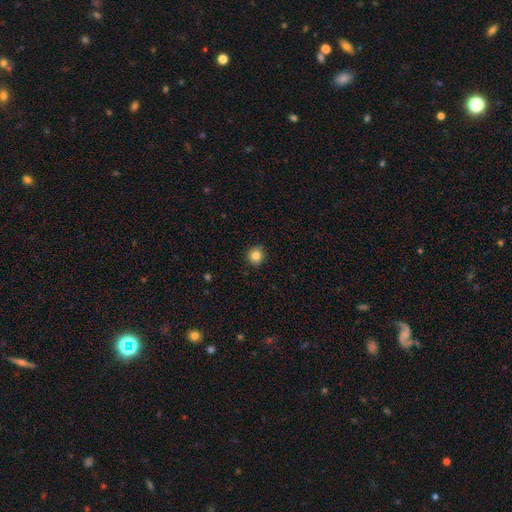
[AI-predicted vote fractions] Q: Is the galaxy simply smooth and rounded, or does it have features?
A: smooth — 83%.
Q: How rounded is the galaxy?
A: round — 90%.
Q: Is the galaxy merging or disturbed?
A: none — 89%.